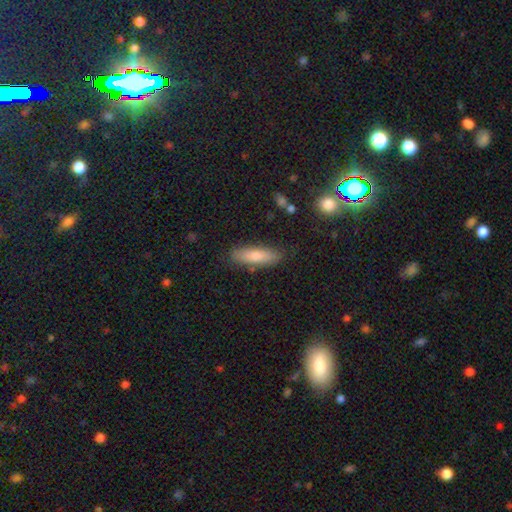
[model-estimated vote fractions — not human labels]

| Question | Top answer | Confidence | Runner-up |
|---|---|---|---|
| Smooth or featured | smooth | 75% | featured or disk (17%) |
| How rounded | cigar-shaped | 59% | in between (39%) |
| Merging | none | 85% | minor disturbance (11%) |